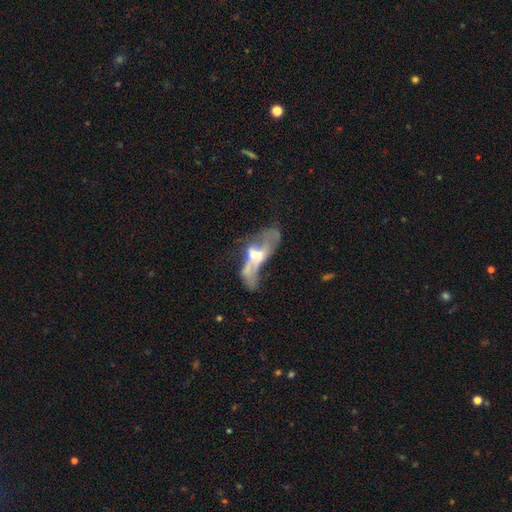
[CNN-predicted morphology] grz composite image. It shows a featured or disk galaxy (61%) with no bar (70%), no spiral arms (75%) and a moderate central bulge (44%). Merging: major disturbance (37%).